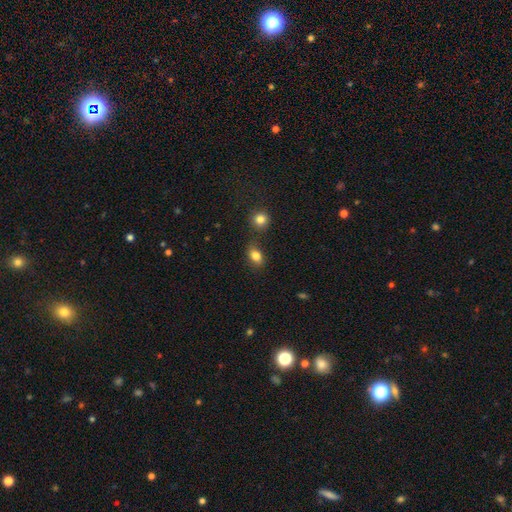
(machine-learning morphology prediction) Smooth or featured: smooth — 82% (star or artifact — 11%)
How rounded: in between — 73% (round — 25%)
Merging: none — 69% (minor disturbance — 16%)